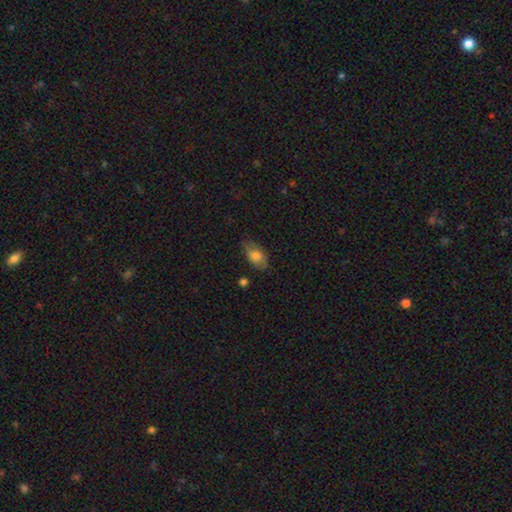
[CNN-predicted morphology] smooth_or_featured: smooth (p=0.72) [alt: featured or disk p=0.21]
how_rounded: in between (p=0.90) [alt: round p=0.06]
merging: none (p=0.71) [alt: minor disturbance p=0.22]